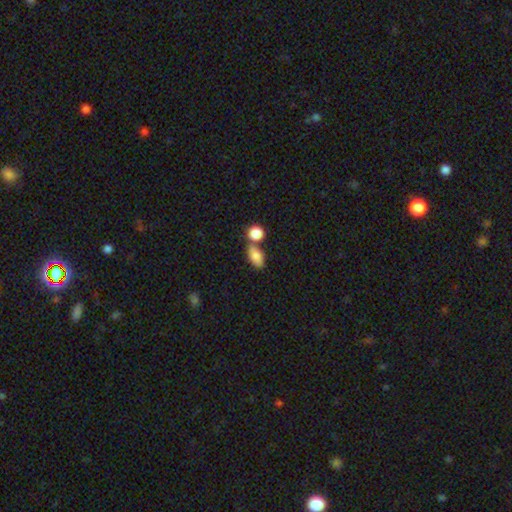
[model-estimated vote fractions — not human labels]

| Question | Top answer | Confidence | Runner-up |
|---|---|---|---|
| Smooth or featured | smooth | 82% | featured or disk (10%) |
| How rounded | in between | 85% | round (11%) |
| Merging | none | 53% | merger (30%) |